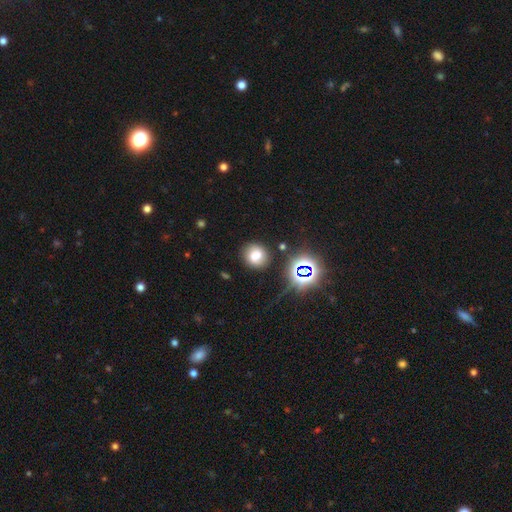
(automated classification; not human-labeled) smooth-or-featured: smooth: 67% | star or artifact: 20% | featured or disk: 13%
  how-rounded: round: 78% | in between: 21% | cigar-shaped: 1%
  merging: none: 78% | minor disturbance: 13% | major disturbance: 4% | merger: 4%